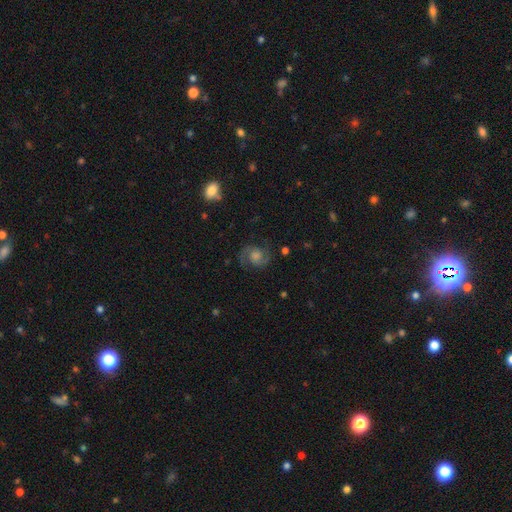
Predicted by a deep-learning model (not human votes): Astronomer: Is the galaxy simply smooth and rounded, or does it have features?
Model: featured or disk — 80%.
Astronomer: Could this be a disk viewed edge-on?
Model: no — 98%.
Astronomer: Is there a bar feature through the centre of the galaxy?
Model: no — 61%.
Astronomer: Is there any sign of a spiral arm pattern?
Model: yes — 97%.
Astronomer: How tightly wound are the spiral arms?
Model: medium — 56%.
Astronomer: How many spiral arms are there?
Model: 2 — 92%.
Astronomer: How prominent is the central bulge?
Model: moderate — 41% (runner-up: large, 23%).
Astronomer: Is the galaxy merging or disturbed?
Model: none — 81%.